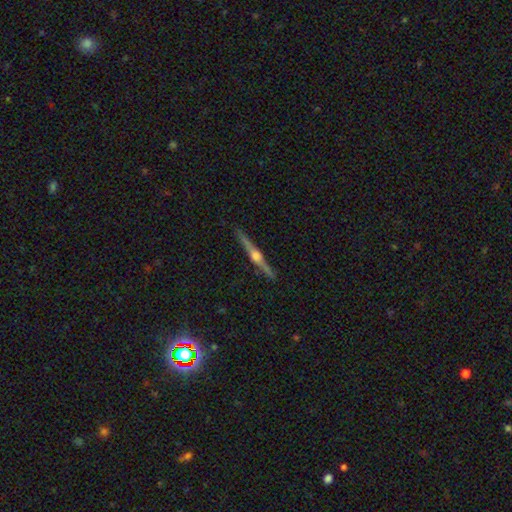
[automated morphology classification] Smooth or featured?
  - featured or disk: 84% *
  - smooth: 10%
  - star or artifact: 6%
Edge-on disk?
  - yes: 99% *
  - no: 1%
Edge-on bulge?
  - rounded: 93% *
  - boxy: 5%
  - none: 3%
Merging?
  - none: 92% *
  - minor disturbance: 5%
  - major disturbance: 1%
  - merger: 1%